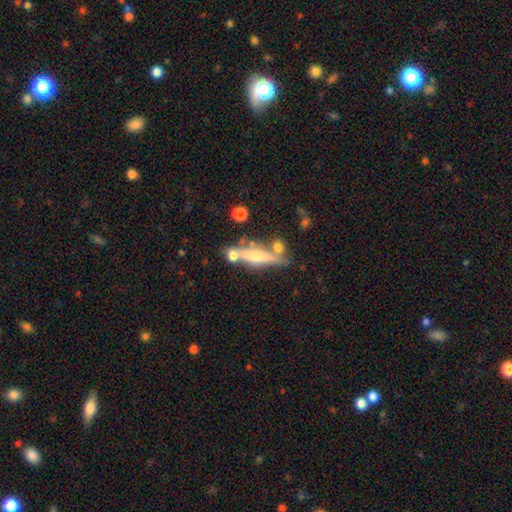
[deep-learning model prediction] smooth_or_featured: featured or disk (p=0.56) [alt: smooth p=0.36]
disk_edge_on: yes (p=0.89) [alt: no p=0.11]
merging: none (p=0.62) [alt: merger p=0.19]